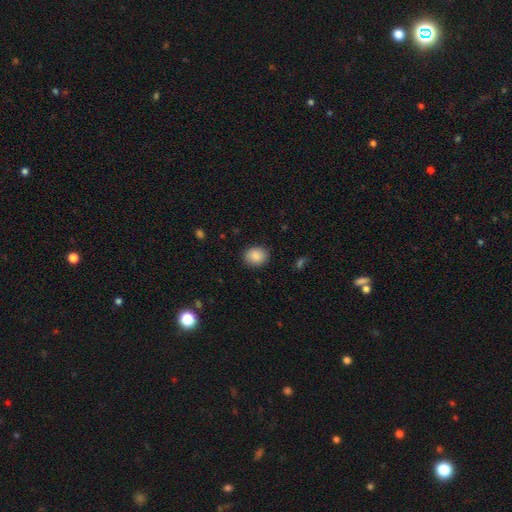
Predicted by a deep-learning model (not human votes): Overall: smooth (88%). How rounded: round (64%; in between 35%). Merging: none (89%).